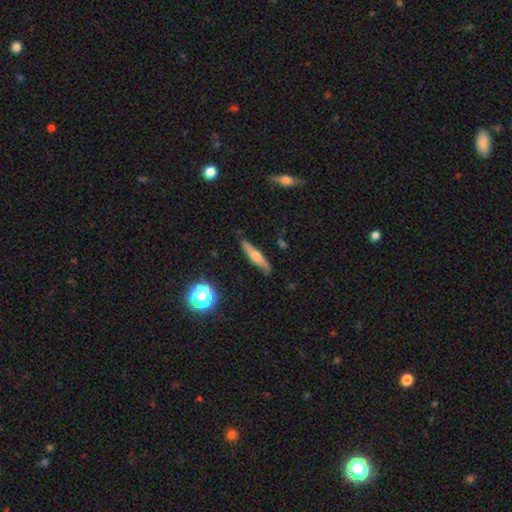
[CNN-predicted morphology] smooth_or_featured: smooth (p=0.51) [alt: featured or disk p=0.41]
how_rounded: cigar-shaped (p=0.83) [alt: in between p=0.14]
merging: none (p=0.82) [alt: minor disturbance p=0.14]